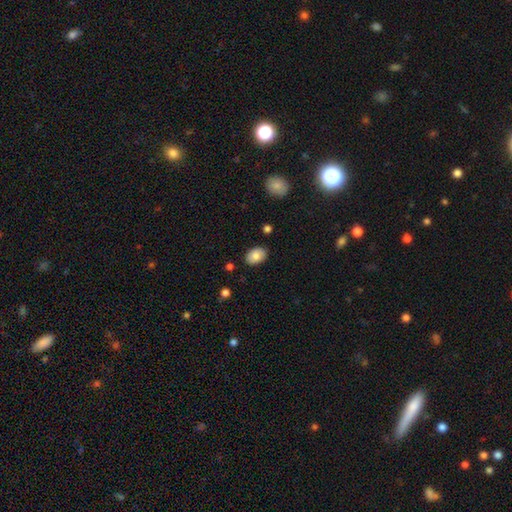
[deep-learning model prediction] This appears to be a smooth galaxy with no disk features (83%) that is in between round and cigar-shaped (86%). Merging: none (85%).